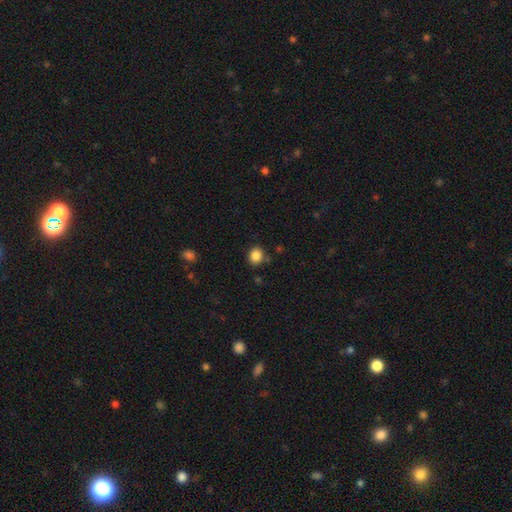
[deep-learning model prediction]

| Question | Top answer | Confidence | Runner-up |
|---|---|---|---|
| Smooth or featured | smooth | 86% | star or artifact (10%) |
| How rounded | round | 71% | in between (28%) |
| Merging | none | 84% | minor disturbance (10%) |